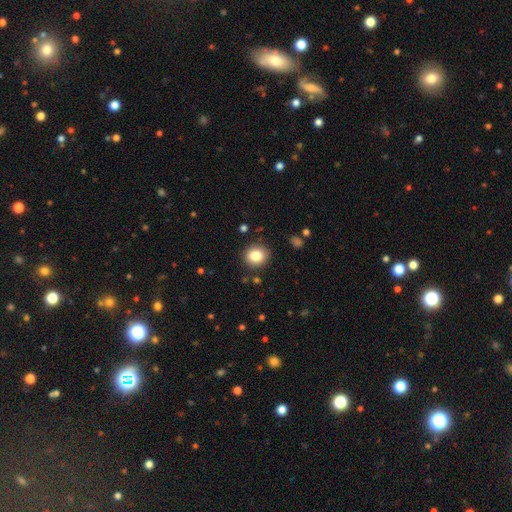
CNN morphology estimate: A smooth galaxy with no disk features (83%) that is round (80%). Merging: none (89%).